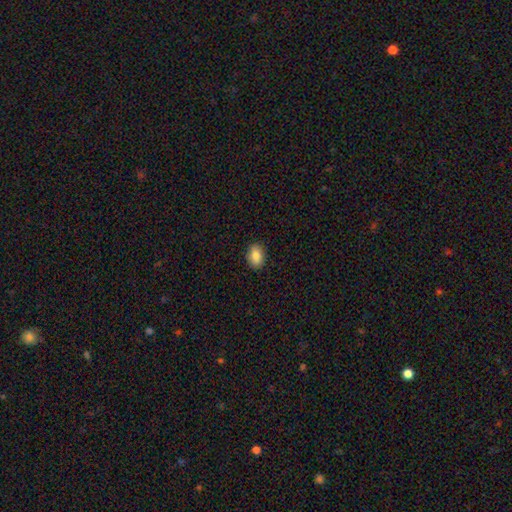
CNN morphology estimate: smooth-or-featured: smooth: 84% | featured or disk: 8% | star or artifact: 8%
  how-rounded: in between: 82% | round: 16% | cigar-shaped: 2%
  merging: none: 90% | minor disturbance: 8% | major disturbance: 2% | merger: 1%